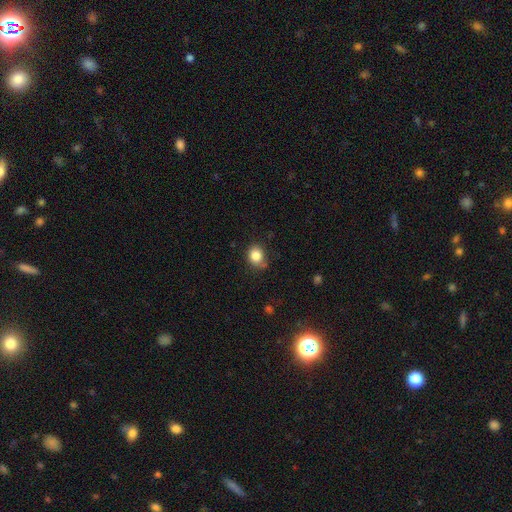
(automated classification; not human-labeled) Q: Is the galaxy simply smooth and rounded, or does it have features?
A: smooth — 84%.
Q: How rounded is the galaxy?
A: round — 67%.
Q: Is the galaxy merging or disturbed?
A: none — 75%.